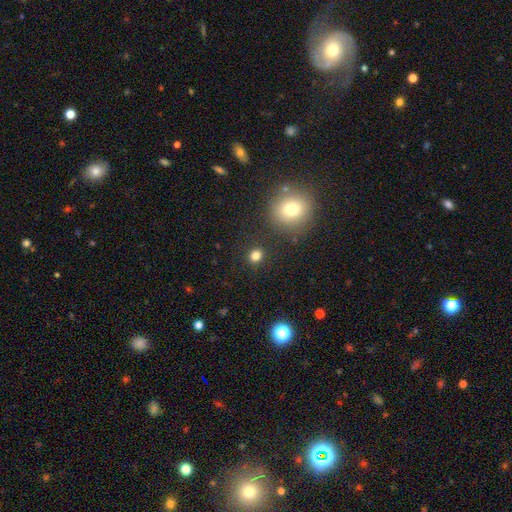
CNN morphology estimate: A smooth galaxy with no disk features (81%) that is round (80%). Merging: none (88%).